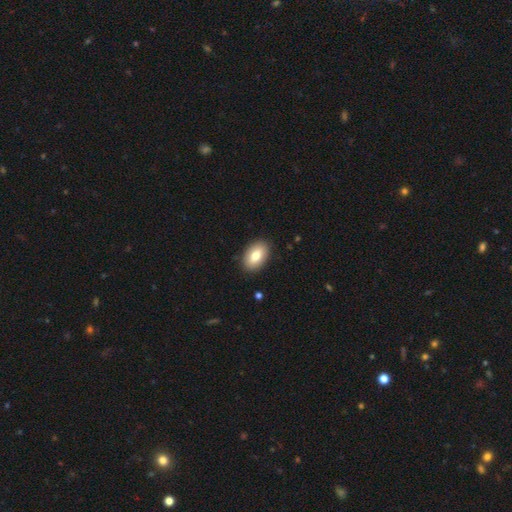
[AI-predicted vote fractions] smooth-or-featured: smooth: 80% | featured or disk: 14% | star or artifact: 7%
  how-rounded: in between: 92% | round: 6% | cigar-shaped: 1%
  merging: none: 89% | minor disturbance: 8% | major disturbance: 2% | merger: 1%